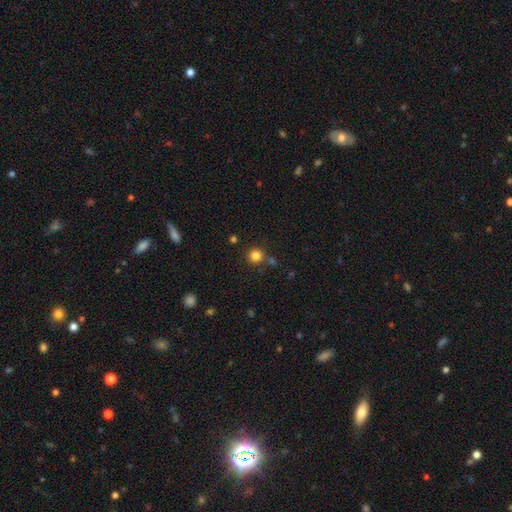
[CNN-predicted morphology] A smooth galaxy with no disk features (83%) that is round (94%). Merging: none (80%).